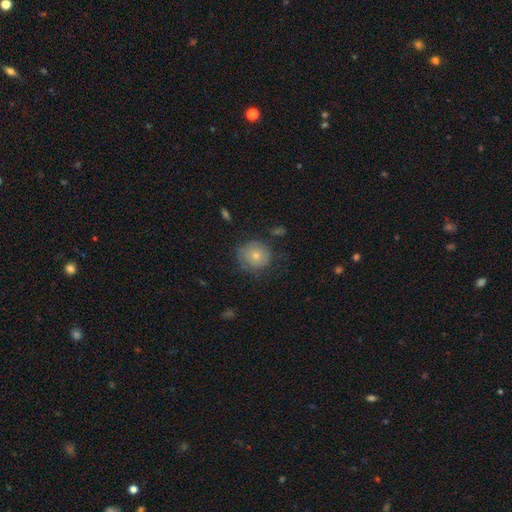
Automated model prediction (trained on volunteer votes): smooth-or-featured: smooth: 70% | featured or disk: 21% | star or artifact: 8%
  how-rounded: round: 89% | in between: 10% | cigar-shaped: 1%
  merging: none: 67% | minor disturbance: 22% | major disturbance: 9% | merger: 2%